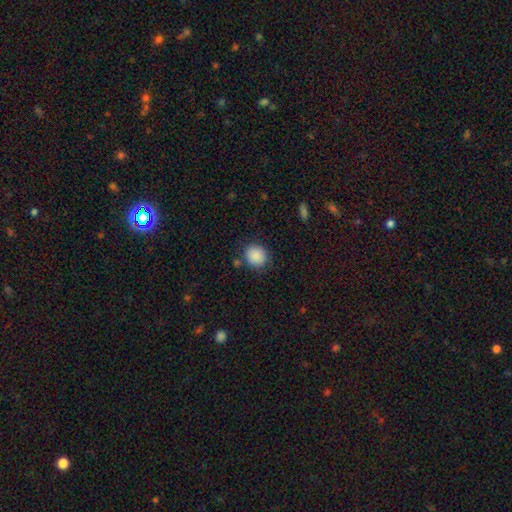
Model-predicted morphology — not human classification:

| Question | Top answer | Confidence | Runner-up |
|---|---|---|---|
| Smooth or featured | smooth | 88% | star or artifact (9%) |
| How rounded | round | 85% | in between (14%) |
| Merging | none | 82% | minor disturbance (11%) |